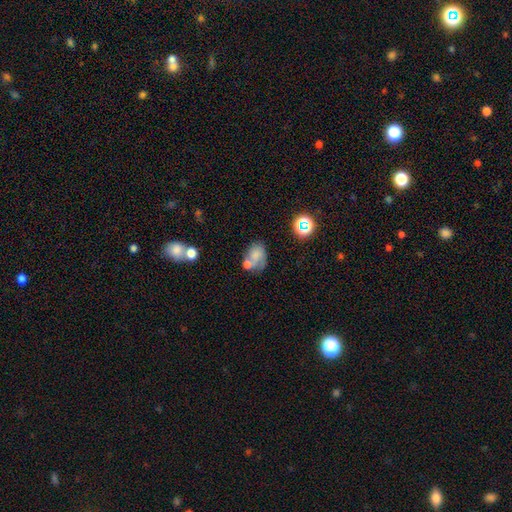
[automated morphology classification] This appears to be a smooth galaxy with no disk features (58%) that is in between round and cigar-shaped (67%). Merging: none (34%, tied with merger).